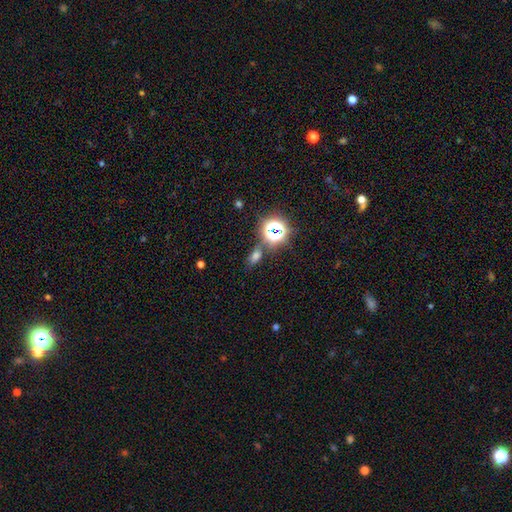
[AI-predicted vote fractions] Smooth or featured?
  - smooth: 58% *
  - star or artifact: 34%
  - featured or disk: 9%
How rounded?
  - in between: 76% *
  - round: 19%
  - cigar-shaped: 5%
Merging?
  - none: 70% *
  - minor disturbance: 13%
  - merger: 12%
  - major disturbance: 5%